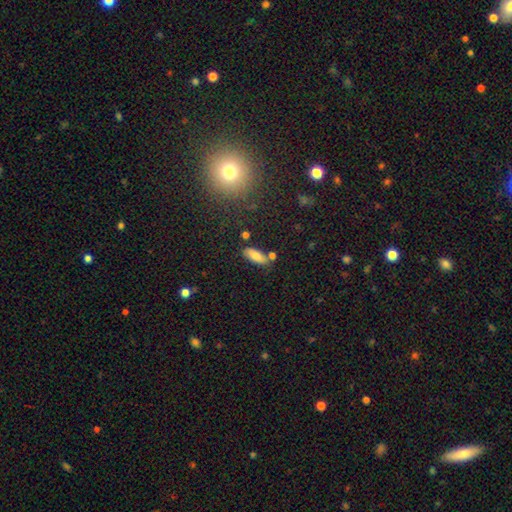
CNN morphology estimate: A smooth galaxy with no disk features (79%) that is in between round and cigar-shaped (80%).

Vote fractions:
- Smooth or featured? smooth: 79% / featured or disk: 12% / star or artifact: 9%
- How rounded? in between: 80% / cigar-shaped: 17% / round: 3%
- Merging? none: 73% / minor disturbance: 14% / merger: 9% / major disturbance: 4%